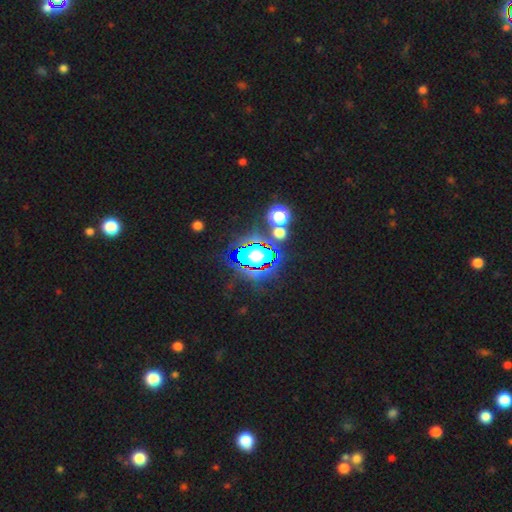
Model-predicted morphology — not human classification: Smooth or featured?
  - star or artifact: 61% *
  - smooth: 25%
  - featured or disk: 13%